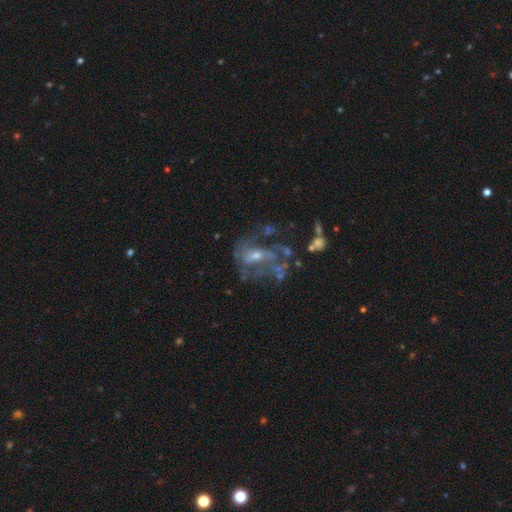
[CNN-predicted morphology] Smooth or featured? featured or disk (75%)
Edge-on disk? no (97%)
Bar? no (47%)
Spiral arms? yes (62%)
Bulge size? small (51%)
Merging? none (38%)